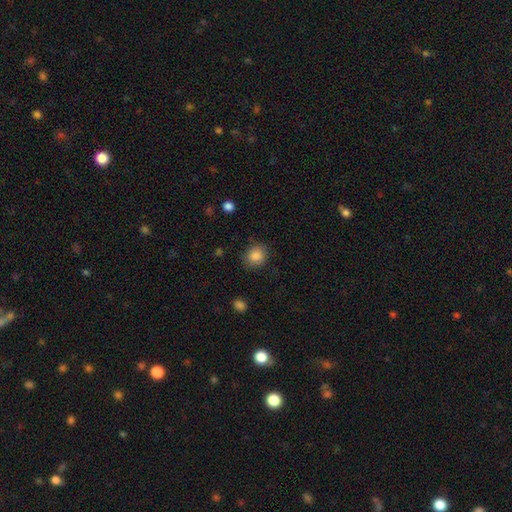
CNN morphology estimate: smooth 86%, star or artifact 9%, featured or disk 4%. Down the decision tree: how rounded — round (77%); merging — none (84%).